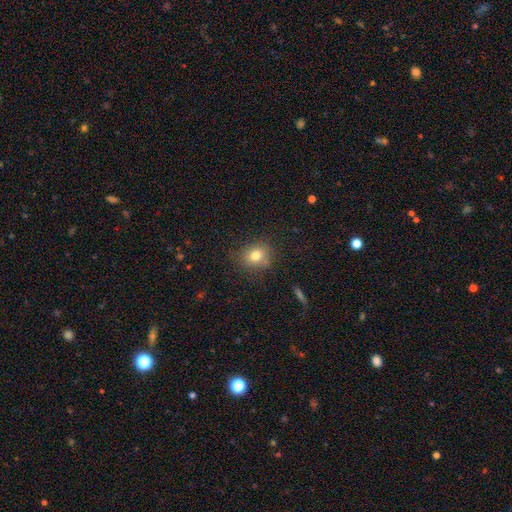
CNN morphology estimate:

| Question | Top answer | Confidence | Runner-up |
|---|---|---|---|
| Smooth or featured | smooth | 77% | star or artifact (13%) |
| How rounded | round | 66% | in between (33%) |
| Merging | none | 78% | minor disturbance (14%) |